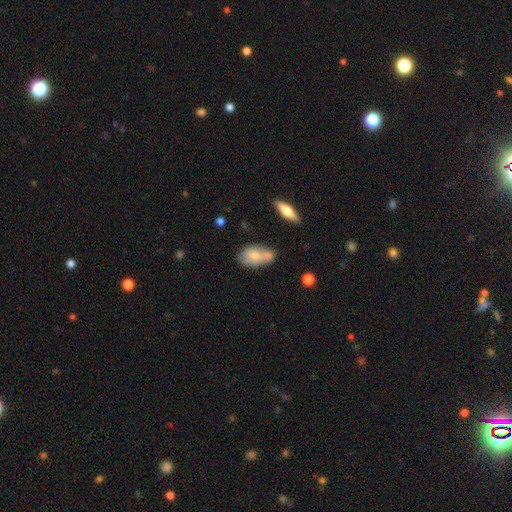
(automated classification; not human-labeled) smooth 69%, featured or disk 24%, star or artifact 7%. Down the decision tree: how rounded — in between (89%); merging — none (41%).